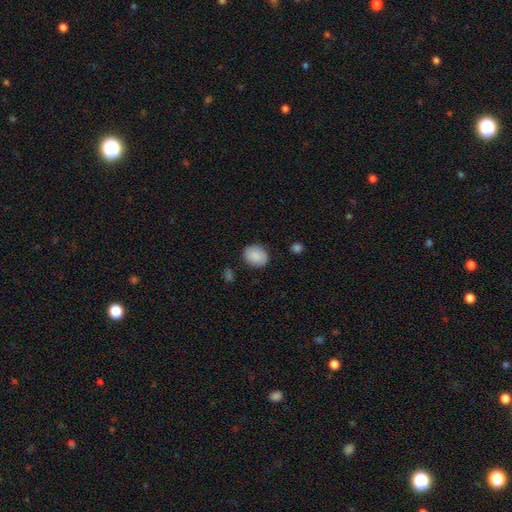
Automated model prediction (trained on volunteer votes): smooth_or_featured: smooth (p=0.88) [alt: star or artifact p=0.07]
how_rounded: round (p=0.54) [alt: in between p=0.45]
merging: none (p=0.84) [alt: minor disturbance p=0.12]